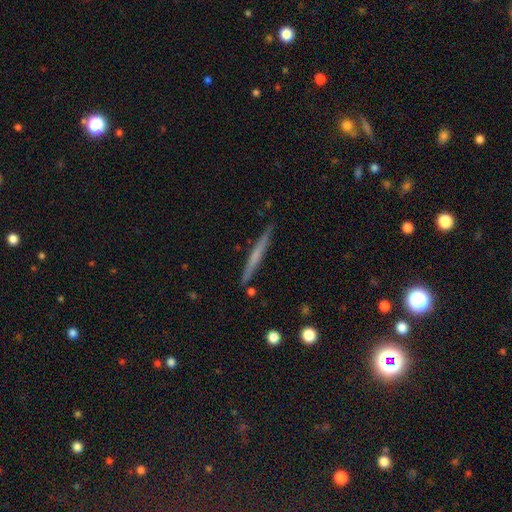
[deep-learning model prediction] This appears to be a featured or disk galaxy (50%). Merging: none (89%).